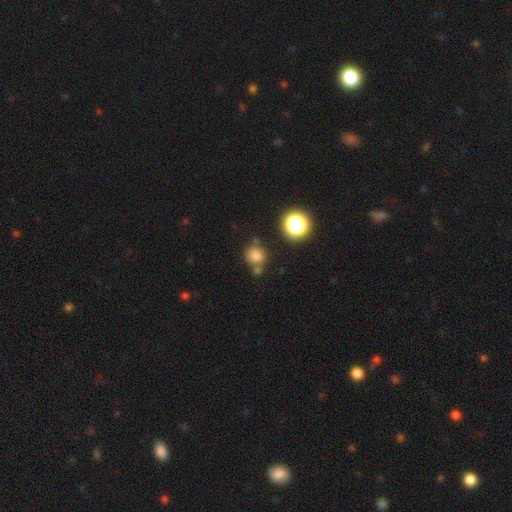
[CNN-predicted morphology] A smooth galaxy with no disk features (78%) that is round (89%). Merging: none (69%).